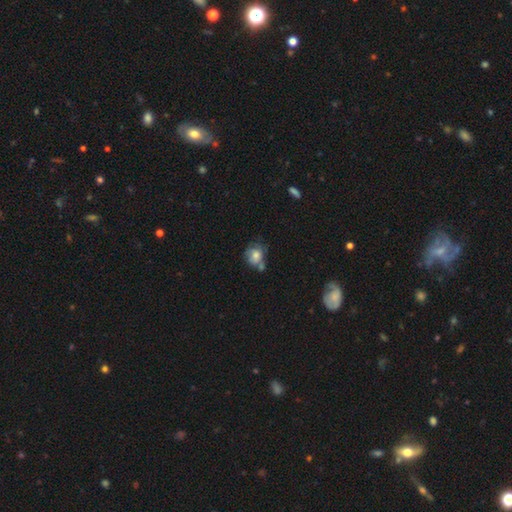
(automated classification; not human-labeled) Smooth or featured: smooth — 64% (featured or disk — 26%)
How rounded: round — 66% (in between — 33%)
Merging: none — 38% (merger — 26%)